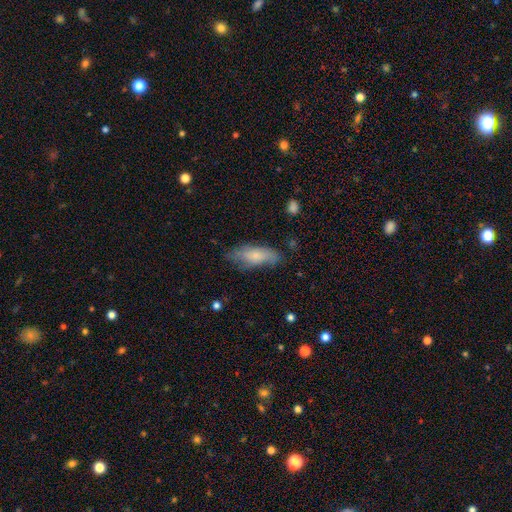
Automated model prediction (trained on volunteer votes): Q: Smooth or featured?
A: smooth (68%); runner-up: featured or disk (25%)
Q: How rounded?
A: in between (71%); runner-up: cigar-shaped (26%)
Q: Merging?
A: none (61%); runner-up: minor disturbance (28%)